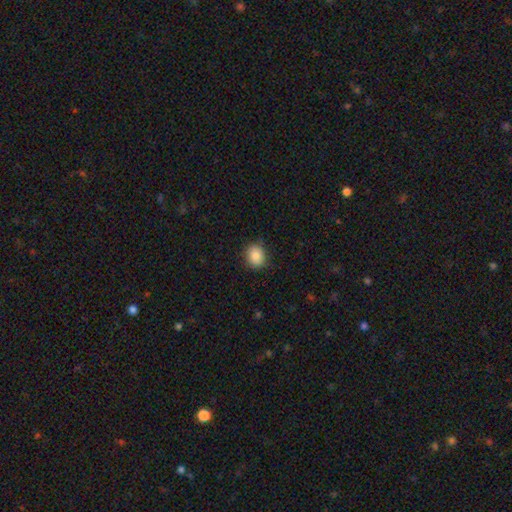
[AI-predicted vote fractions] The model was most divided on "how rounded": round: 66%, in between: 33%, cigar-shaped: 1%. More confident: smooth or featured — smooth (86%); merging — none (84%).